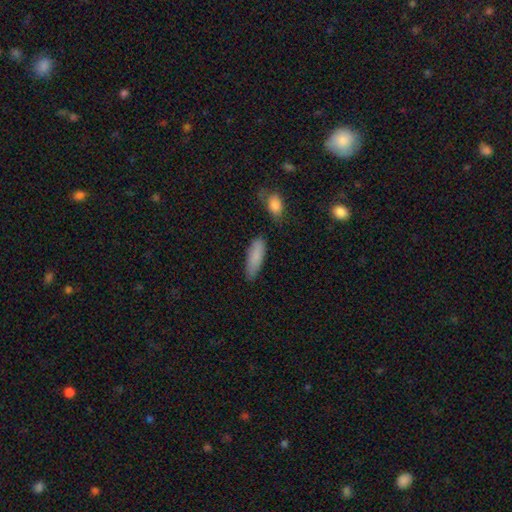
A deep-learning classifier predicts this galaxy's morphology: smooth 85%, featured or disk 8%, star or artifact 7%. Down the decision tree: how rounded — in between (54%); merging — none (73%).